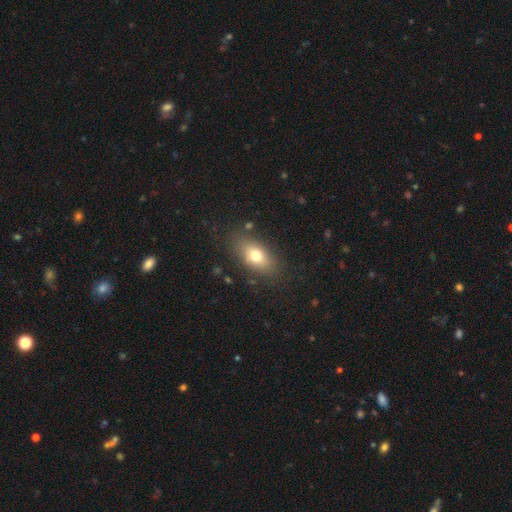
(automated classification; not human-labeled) Smooth or featured? smooth (74%)
How rounded? in between (83%)
Merging? none (81%)